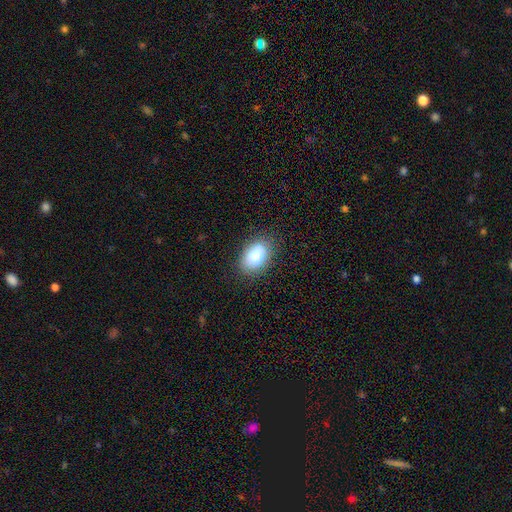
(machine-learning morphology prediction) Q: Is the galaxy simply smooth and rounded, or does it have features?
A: smooth — 84%.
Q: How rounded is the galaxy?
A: in between — 90%.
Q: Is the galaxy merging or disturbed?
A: none — 82%.